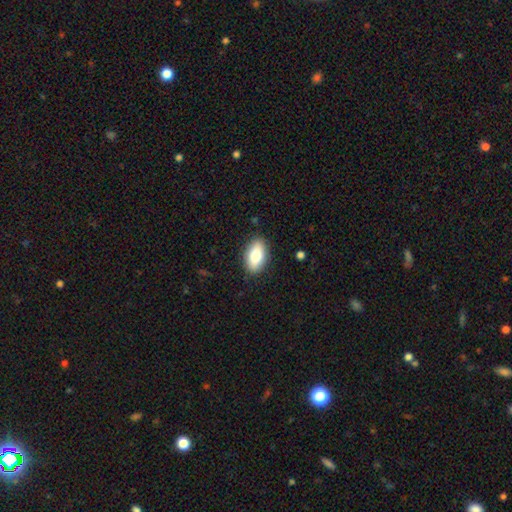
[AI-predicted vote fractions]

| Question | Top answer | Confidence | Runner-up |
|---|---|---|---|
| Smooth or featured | smooth | 77% | featured or disk (16%) |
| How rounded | in between | 90% | round (6%) |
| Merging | none | 87% | minor disturbance (9%) |